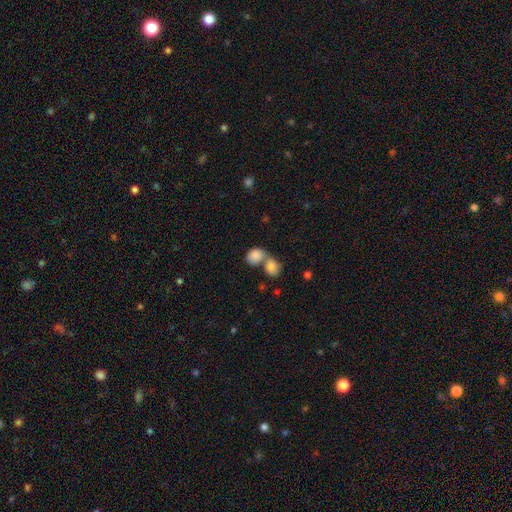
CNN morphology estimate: smooth_or_featured: smooth (p=0.85) [alt: featured or disk p=0.08]
how_rounded: round (p=0.50) [alt: in between p=0.48]
merging: merger (p=0.67) [alt: none p=0.23]